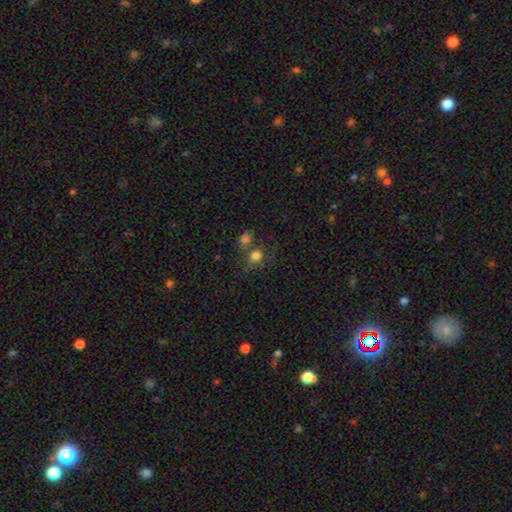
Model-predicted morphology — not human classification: This is likely a smooth galaxy (73%). How rounded: likely round (77%). Merging: possibly none (49%).